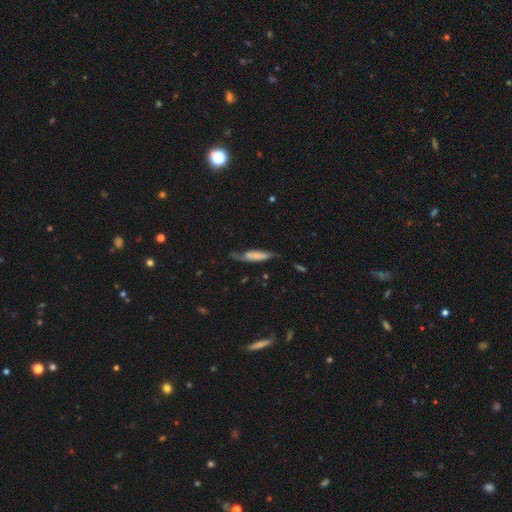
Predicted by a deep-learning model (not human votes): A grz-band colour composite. It shows a smooth galaxy with no disk features (51%) that is cigar-shaped (76%). Merging: none (52%).